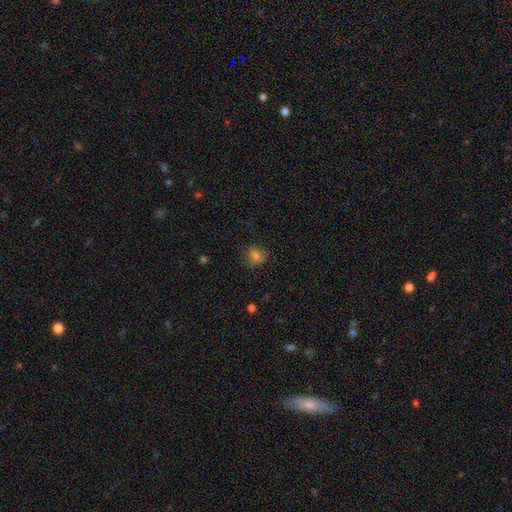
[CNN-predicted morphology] A smooth galaxy with no disk features (76%) that is round (61%).

Vote fractions:
- Smooth or featured? smooth: 76% / star or artifact: 14% / featured or disk: 10%
- How rounded? round: 61% / in between: 38% / cigar-shaped: 1%
- Merging? none: 70% / minor disturbance: 21% / major disturbance: 8% / merger: 1%